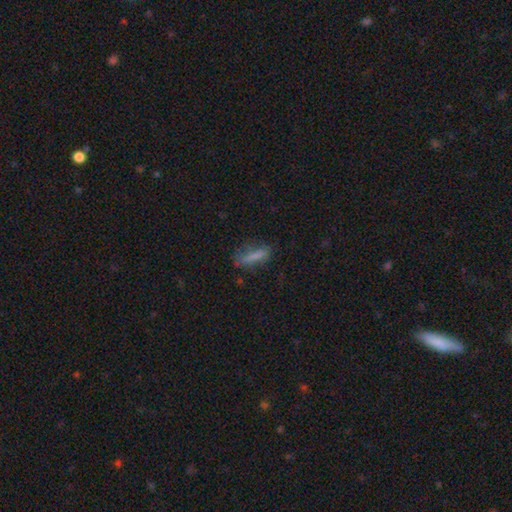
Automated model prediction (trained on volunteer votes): A smooth galaxy with no disk features (69%) that is cigar-shaped (73%).

Vote fractions:
- Smooth or featured? smooth: 69% / featured or disk: 21% / star or artifact: 11%
- How rounded? cigar-shaped: 73% / in between: 24% / round: 2%
- Merging? none: 68% / minor disturbance: 21% / major disturbance: 9% / merger: 2%